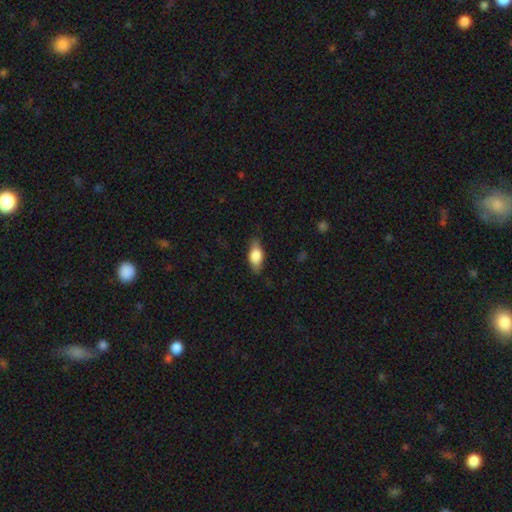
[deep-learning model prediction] A smooth galaxy with no disk features (67%) that is in between round and cigar-shaped (81%).

Vote fractions:
- Smooth or featured? smooth: 67% / featured or disk: 26% / star or artifact: 7%
- How rounded? in between: 81% / cigar-shaped: 13% / round: 6%
- Merging? none: 78% / minor disturbance: 17% / major disturbance: 4% / merger: 1%